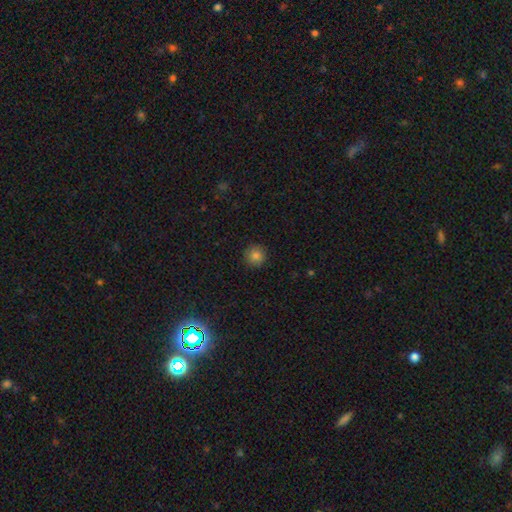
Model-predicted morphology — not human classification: Smooth or featured: smooth — 83% (star or artifact — 12%)
How rounded: round — 95% (in between — 4%)
Merging: none — 92% (minor disturbance — 6%)